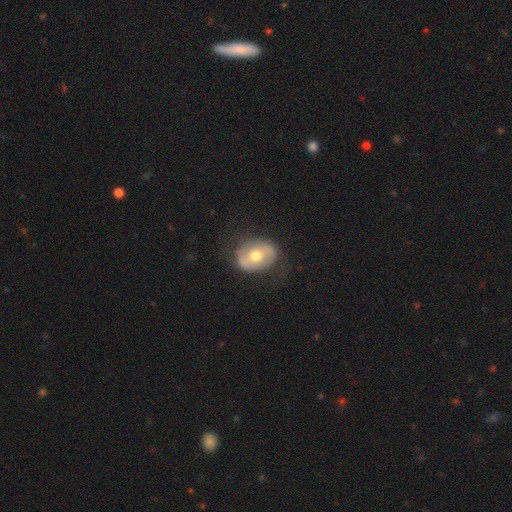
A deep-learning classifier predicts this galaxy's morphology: smooth_or_featured: featured or disk (p=0.51) [alt: smooth p=0.43]
disk_edge_on: no (p=0.94) [alt: yes p=0.06]
merging: none (p=0.73) [alt: minor disturbance p=0.18]